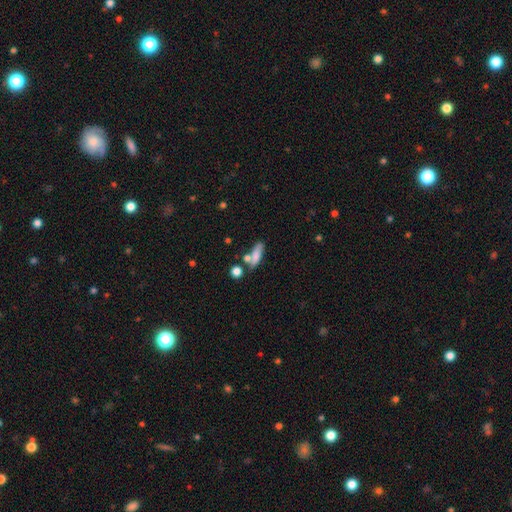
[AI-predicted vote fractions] smooth 71%, featured or disk 20%, star or artifact 9%. Down the decision tree: how rounded — in between (48%); merging — none (54%).